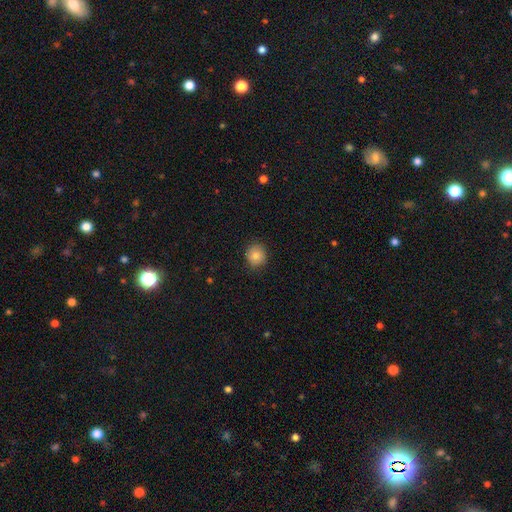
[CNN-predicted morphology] Overall: smooth (82%). How rounded: round (85%). Merging: none (86%).